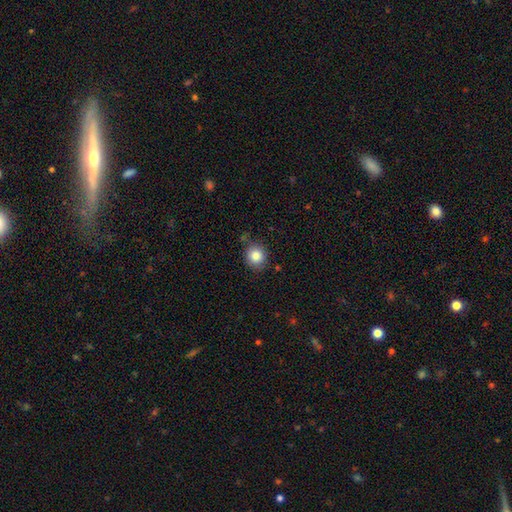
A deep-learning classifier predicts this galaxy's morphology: Smooth or featured?
  - smooth: 85% *
  - star or artifact: 10%
  - featured or disk: 6%
How rounded?
  - round: 85% *
  - in between: 14%
  - cigar-shaped: 1%
Merging?
  - none: 80% *
  - minor disturbance: 14%
  - major disturbance: 3%
  - merger: 3%